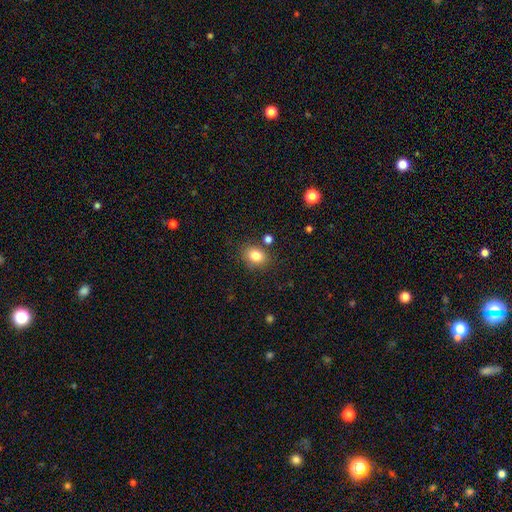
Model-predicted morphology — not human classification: Q: Smooth or featured?
A: smooth (82%); runner-up: star or artifact (11%)
Q: How rounded?
A: round (50%); runner-up: in between (49%)
Q: Merging?
A: none (80%); runner-up: minor disturbance (11%)